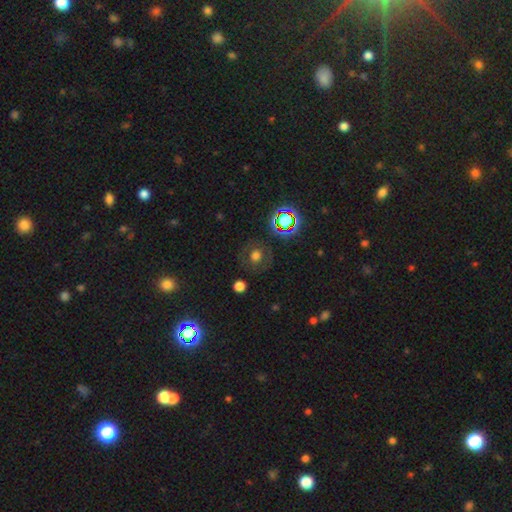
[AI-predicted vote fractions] Smooth or featured? Predicted: smooth (p=0.55). How rounded? Predicted: round (p=0.84). Merging? Predicted: none (p=0.81).